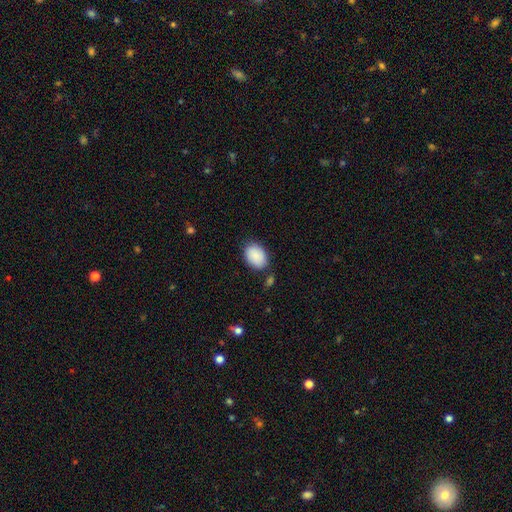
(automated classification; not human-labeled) Smooth or featured: smooth — 89% (star or artifact — 6%)
How rounded: in between — 76% (round — 23%)
Merging: none — 78% (minor disturbance — 15%)